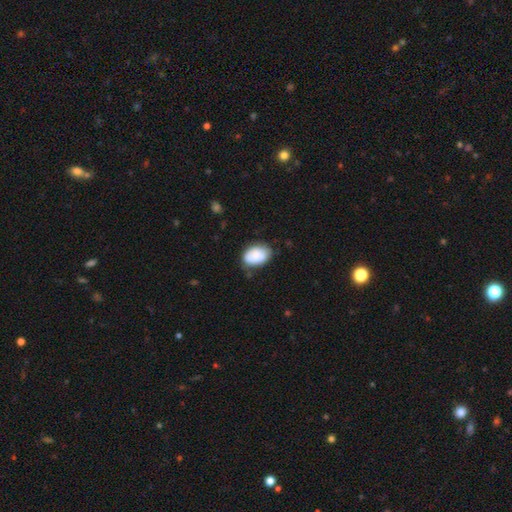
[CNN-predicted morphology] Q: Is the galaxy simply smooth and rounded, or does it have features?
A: smooth — 83%.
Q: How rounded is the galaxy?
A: in between — 83%.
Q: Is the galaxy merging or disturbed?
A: none — 67%.